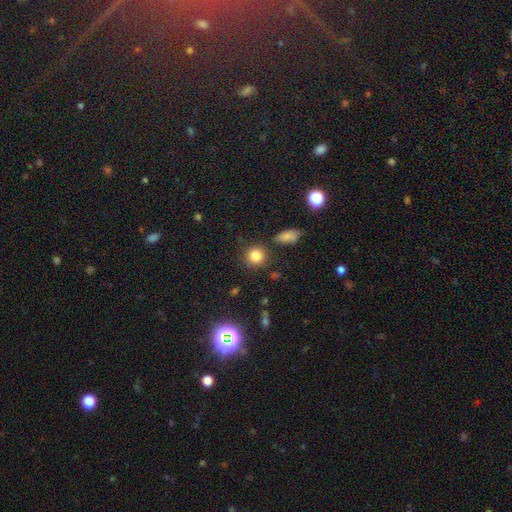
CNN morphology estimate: Overall: smooth (83%). How rounded: round (88%). Merging: none (83%).